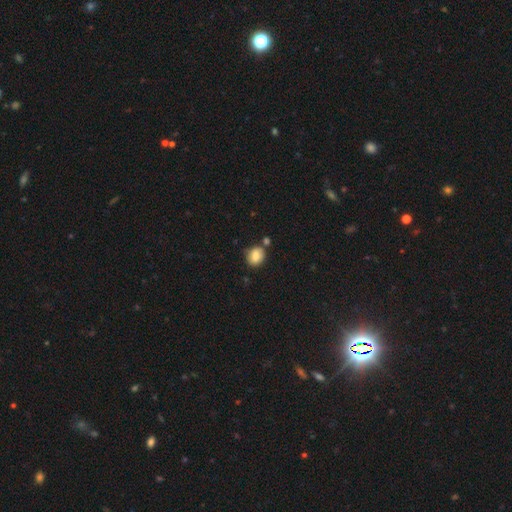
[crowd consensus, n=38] A smooth galaxy with no disk features (84%) that is round (53%).

Vote fractions:
- Smooth or featured? smooth: 84% / featured or disk: 13% / star or artifact: 3%
- How rounded? round: 53% / in between: 47% / cigar-shaped: 0%
- Merging? none: 62% / minor disturbance: 19% / merger: 16% / major disturbance: 3%